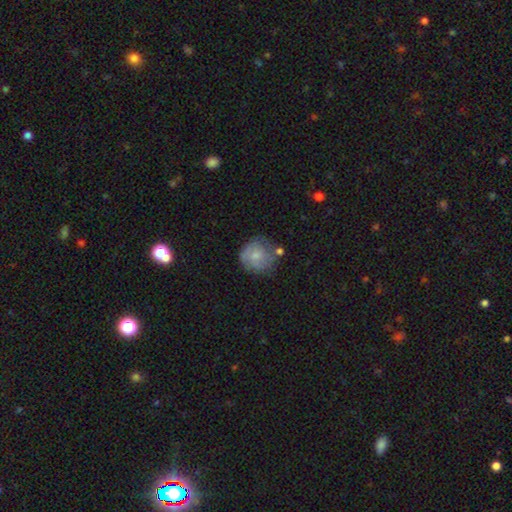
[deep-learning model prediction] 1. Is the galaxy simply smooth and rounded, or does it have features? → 59% smooth, 34% featured or disk, 7% star or artifact.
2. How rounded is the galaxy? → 87% round, 12% in between, 1% cigar-shaped.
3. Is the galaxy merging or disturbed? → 56% none, 25% minor disturbance, 10% major disturbance, 9% merger.